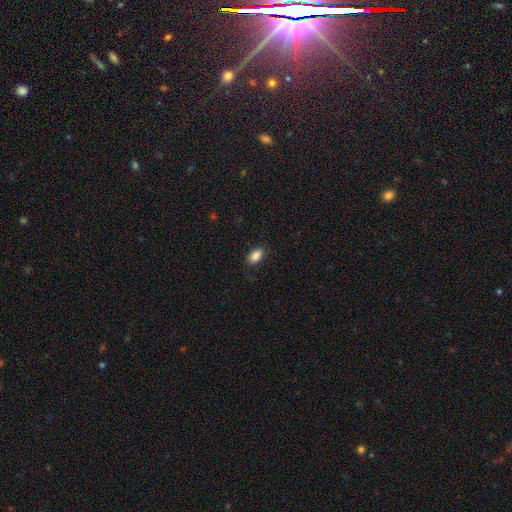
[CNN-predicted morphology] Smooth or featured? Predicted: smooth (p=0.88). How rounded? Predicted: in between (p=0.88). Merging? Predicted: none (p=0.84).